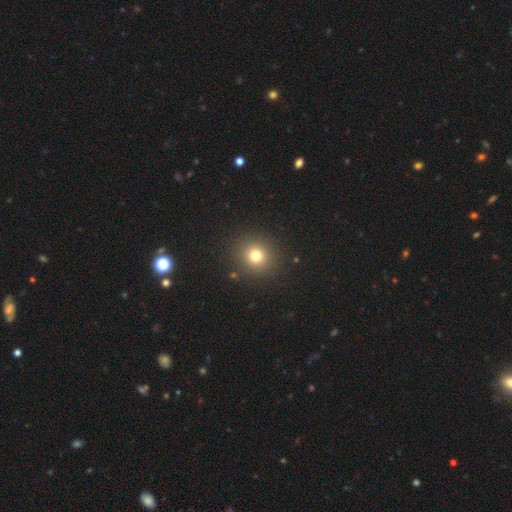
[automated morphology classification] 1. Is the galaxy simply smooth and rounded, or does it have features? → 76% smooth, 16% star or artifact, 8% featured or disk.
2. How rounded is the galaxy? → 89% round, 11% in between, 1% cigar-shaped.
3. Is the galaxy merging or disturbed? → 89% none, 6% minor disturbance, 3% major disturbance, 2% merger.